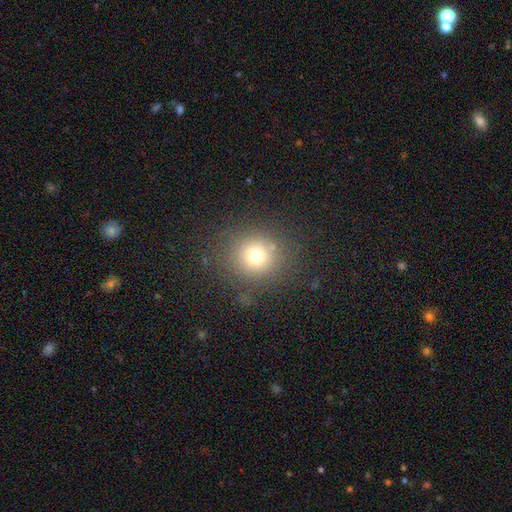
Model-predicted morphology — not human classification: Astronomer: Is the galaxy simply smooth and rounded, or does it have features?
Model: smooth — 72%.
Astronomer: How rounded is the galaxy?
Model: round — 88%.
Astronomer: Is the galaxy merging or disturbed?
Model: none — 82%.